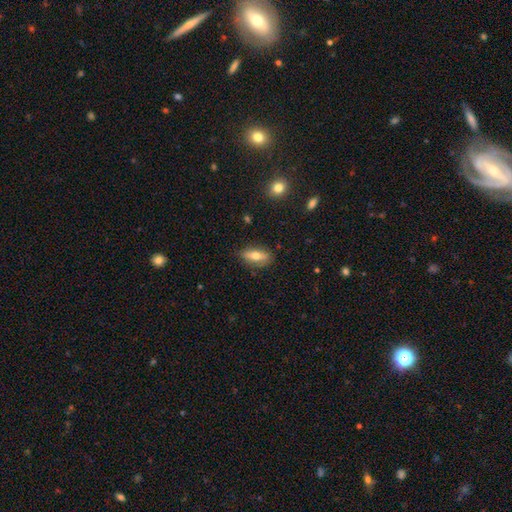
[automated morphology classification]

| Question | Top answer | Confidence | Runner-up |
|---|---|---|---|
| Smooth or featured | smooth | 61% | featured or disk (31%) |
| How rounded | in between | 71% | cigar-shaped (25%) |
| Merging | none | 82% | minor disturbance (14%) |